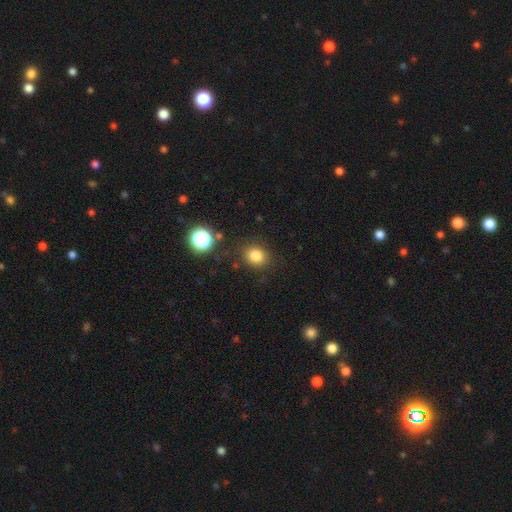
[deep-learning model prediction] Smooth or featured: smooth — 81% (star or artifact — 14%)
How rounded: round — 72% (in between — 27%)
Merging: none — 84% (minor disturbance — 10%)